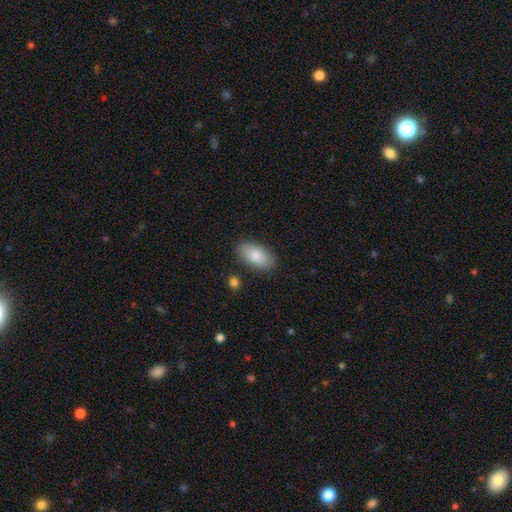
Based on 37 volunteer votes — Volunteers were most divided on "smooth or featured": smooth: 84%, featured or disk: 16%, star or artifact: 0%. More confident: how rounded — in between (87%); merging — none (84%).